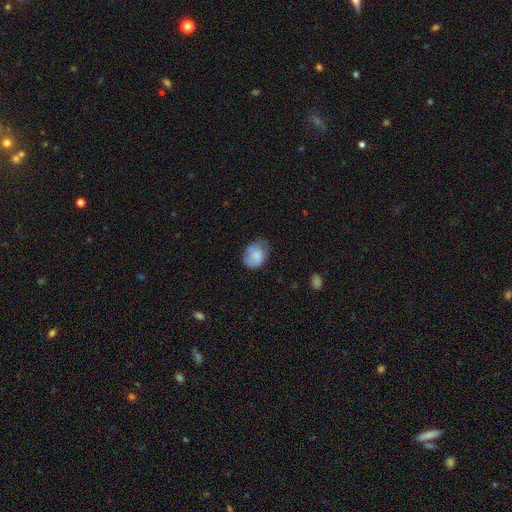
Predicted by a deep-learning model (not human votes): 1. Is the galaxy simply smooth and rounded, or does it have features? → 76% smooth, 16% featured or disk, 8% star or artifact.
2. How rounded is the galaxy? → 63% in between, 36% round, 1% cigar-shaped.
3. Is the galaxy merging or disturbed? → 52% none, 35% minor disturbance, 11% major disturbance, 2% merger.